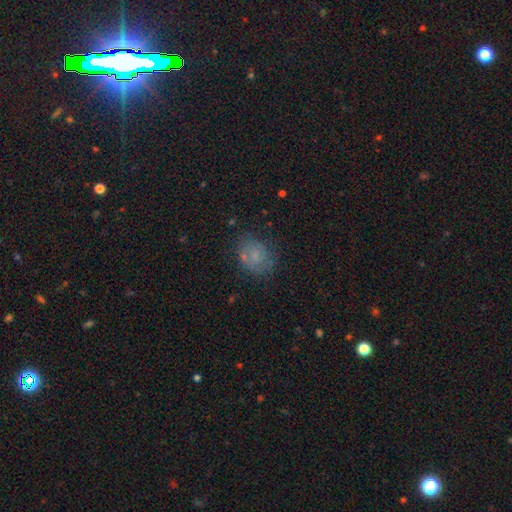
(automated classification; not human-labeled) Morphology: type=smooth (57%); roundness=round (58%); merging=none (67%).